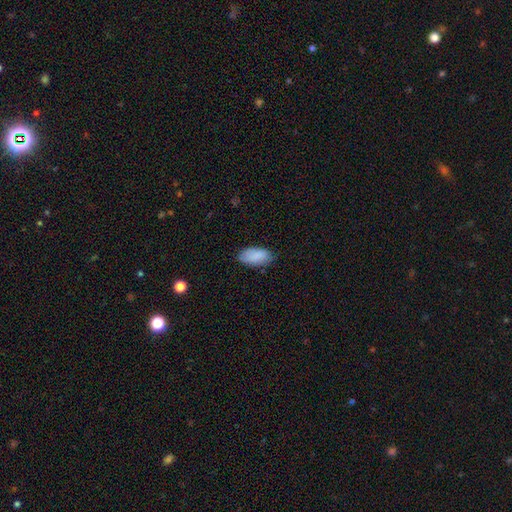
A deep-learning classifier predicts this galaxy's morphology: Smooth or featured? smooth (89%)
How rounded? in between (94%)
Merging? none (79%)